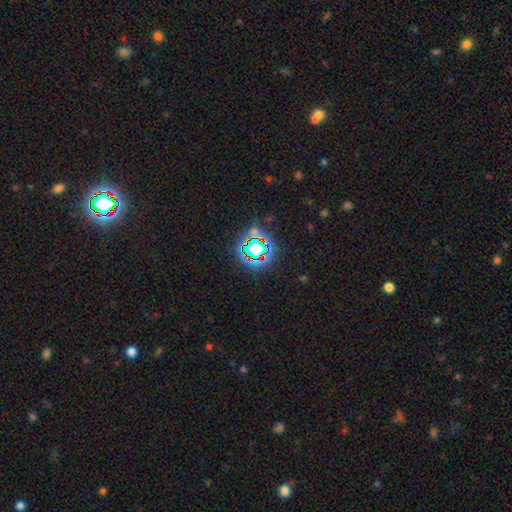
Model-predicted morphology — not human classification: Q: Smooth or featured?
A: star or artifact (70%); runner-up: smooth (19%)